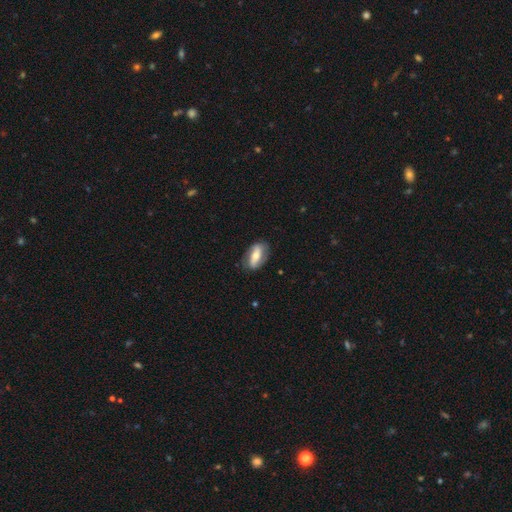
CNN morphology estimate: smooth_or_featured: featured or disk (p=0.54) [alt: smooth p=0.40]
disk_edge_on: no (p=0.86) [alt: yes p=0.14]
merging: none (p=0.77) [alt: minor disturbance p=0.17]